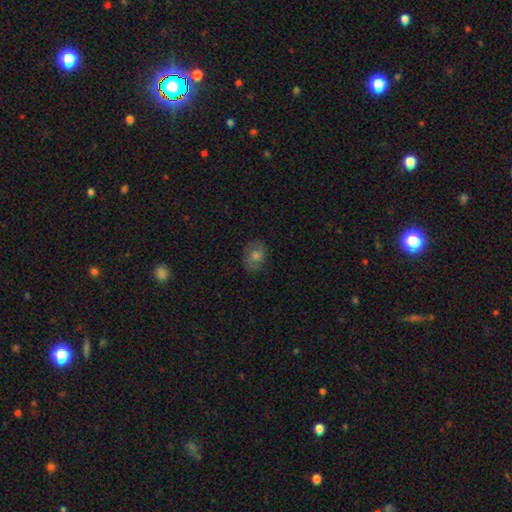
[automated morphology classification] smooth 68%, featured or disk 18%, star or artifact 14%. Down the decision tree: how rounded — in between (51%); merging — none (80%).